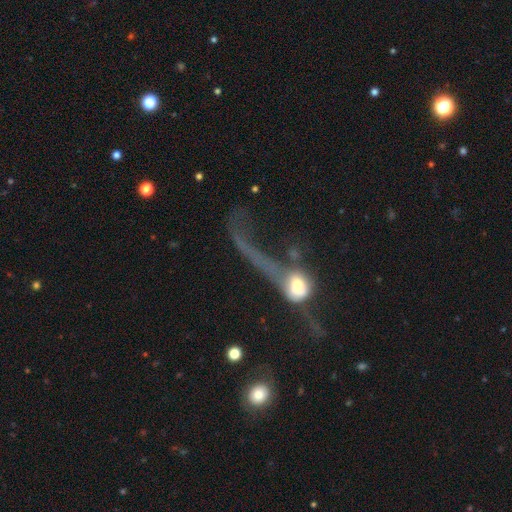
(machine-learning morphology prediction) Smooth or featured? Predicted: featured or disk (p=0.50). Merging? Predicted: major disturbance (p=0.47).